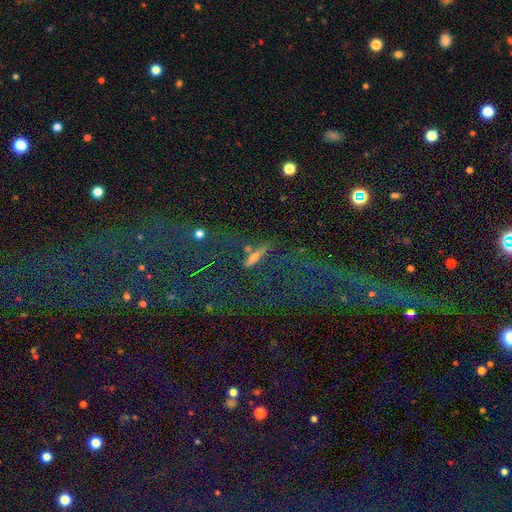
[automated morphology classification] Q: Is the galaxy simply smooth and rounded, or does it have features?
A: smooth — 36%.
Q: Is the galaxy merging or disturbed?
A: none — 60%.